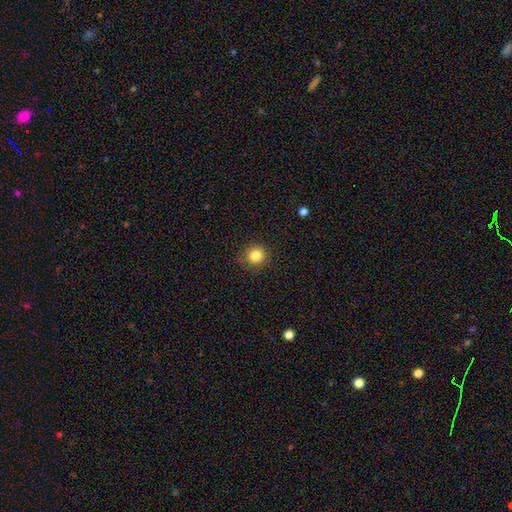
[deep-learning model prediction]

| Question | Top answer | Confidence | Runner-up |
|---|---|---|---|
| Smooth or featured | smooth | 84% | star or artifact (11%) |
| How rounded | round | 92% | in between (7%) |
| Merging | none | 89% | minor disturbance (8%) |